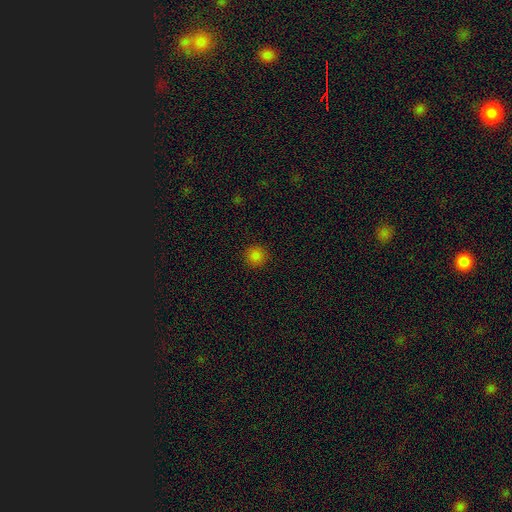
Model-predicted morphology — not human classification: Smooth or featured: smooth — 83% (star or artifact — 13%)
How rounded: round — 94% (in between — 5%)
Merging: none — 91% (minor disturbance — 6%)